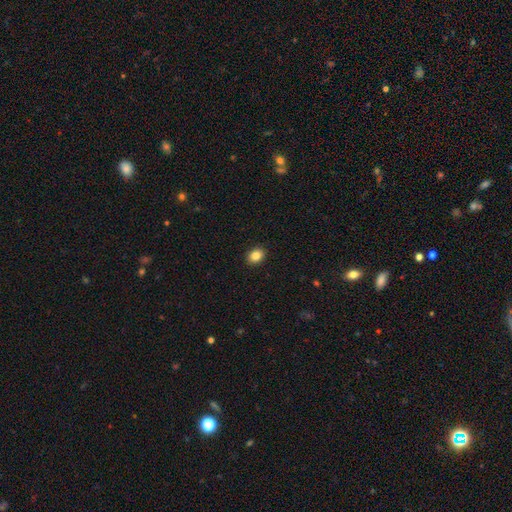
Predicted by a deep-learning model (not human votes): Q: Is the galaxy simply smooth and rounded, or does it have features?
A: smooth — 86%.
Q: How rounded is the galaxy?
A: in between — 65%.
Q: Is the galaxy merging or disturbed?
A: none — 91%.